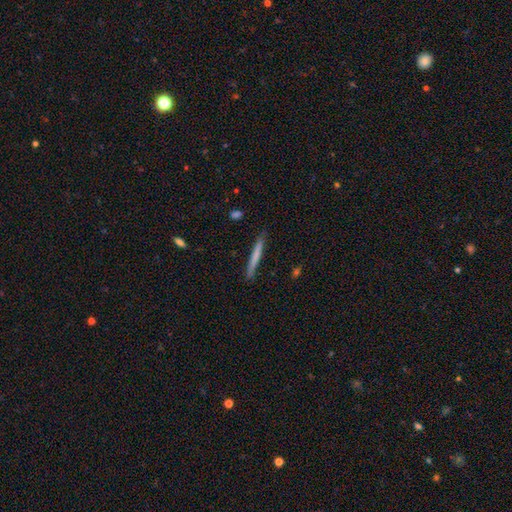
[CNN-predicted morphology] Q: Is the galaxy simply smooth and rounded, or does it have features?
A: smooth — 67%.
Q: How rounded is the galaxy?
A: cigar-shaped — 97%.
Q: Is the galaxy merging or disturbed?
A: none — 87%.